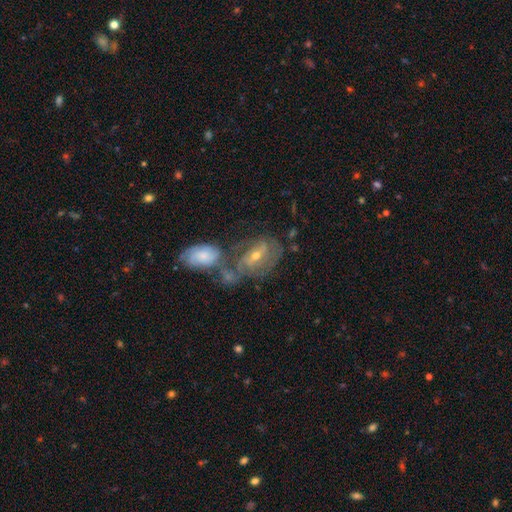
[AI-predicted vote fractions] Smooth or featured? Predicted: featured or disk (p=0.70). Edge-on disk? Predicted: no (p=0.93). Bar? Predicted: weak (p=0.42). Spiral arms? Predicted: yes (p=0.76). Bulge size? Predicted: small (p=0.49). Merging? Predicted: merger (p=0.42).